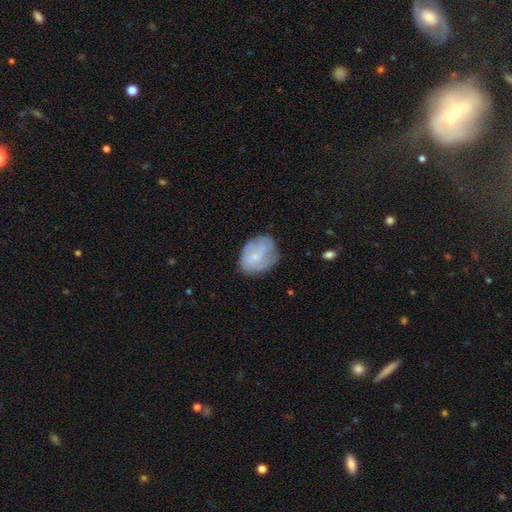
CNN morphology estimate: Smooth or featured? Predicted: featured or disk (p=0.48). Merging? Predicted: none (p=0.60).